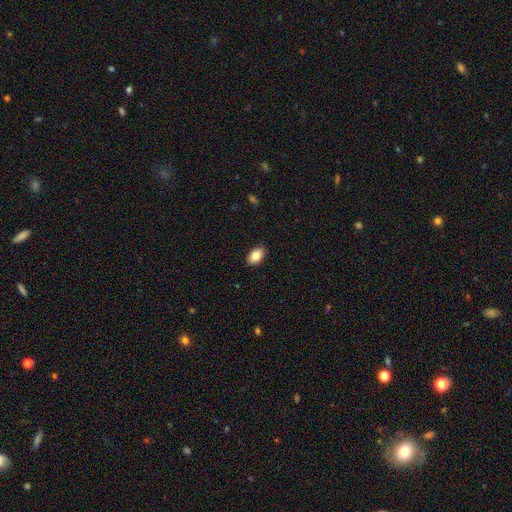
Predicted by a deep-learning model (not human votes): A smooth galaxy with no disk features (84%) that is in between round and cigar-shaped (88%).

Vote fractions:
- Smooth or featured? smooth: 84% / featured or disk: 8% / star or artifact: 8%
- How rounded? in between: 88% / round: 11% / cigar-shaped: 1%
- Merging? none: 89% / minor disturbance: 8% / major disturbance: 2% / merger: 1%